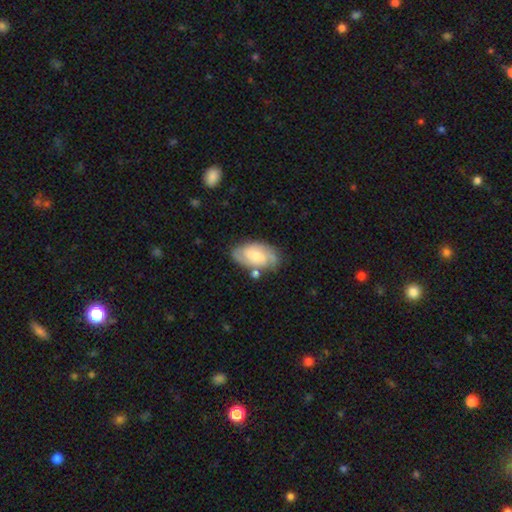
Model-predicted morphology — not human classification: A featured or disk galaxy (68%) with no bar (45%), 2 (59%) tight (46%) spiral arms (92%) and a moderate central bulge (46%). Merging: none (69%).